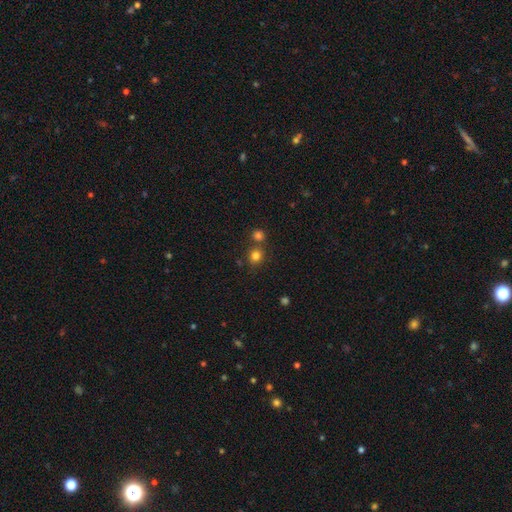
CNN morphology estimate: Smooth or featured: smooth — 80% (star or artifact — 15%)
How rounded: round — 82% (in between — 17%)
Merging: none — 68% (merger — 21%)